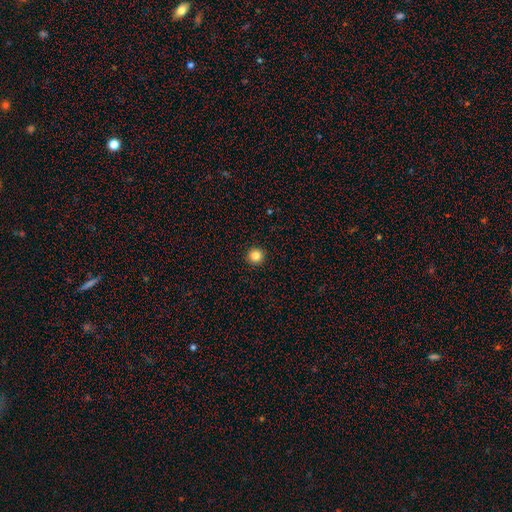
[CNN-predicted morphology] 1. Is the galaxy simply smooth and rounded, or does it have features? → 84% smooth, 11% star or artifact, 4% featured or disk.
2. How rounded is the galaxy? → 95% round, 4% in between, 1% cigar-shaped.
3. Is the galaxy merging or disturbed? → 94% none, 4% minor disturbance, 1% major disturbance, 1% merger.